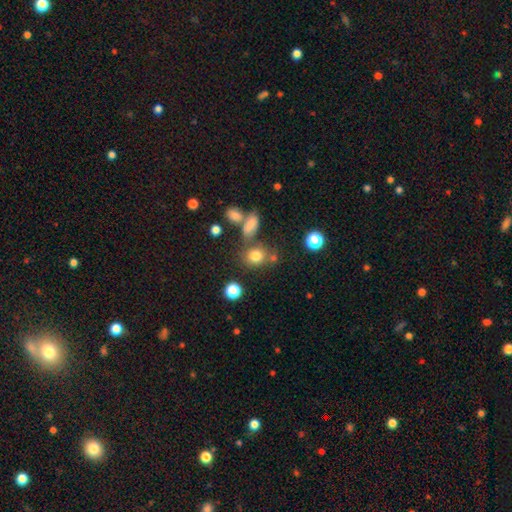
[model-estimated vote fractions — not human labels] This appears to be a smooth galaxy with no disk features (78%) that is round (69%). Merging: none (63%).